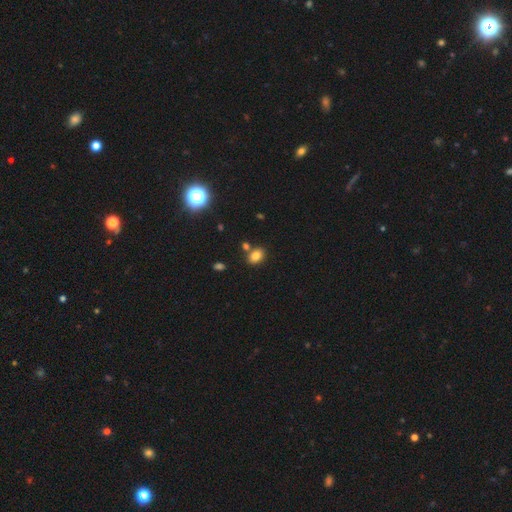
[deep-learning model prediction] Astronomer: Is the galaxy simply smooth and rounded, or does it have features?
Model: smooth — 81%.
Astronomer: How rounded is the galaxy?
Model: in between — 76%.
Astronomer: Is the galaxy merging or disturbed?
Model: none — 74%.